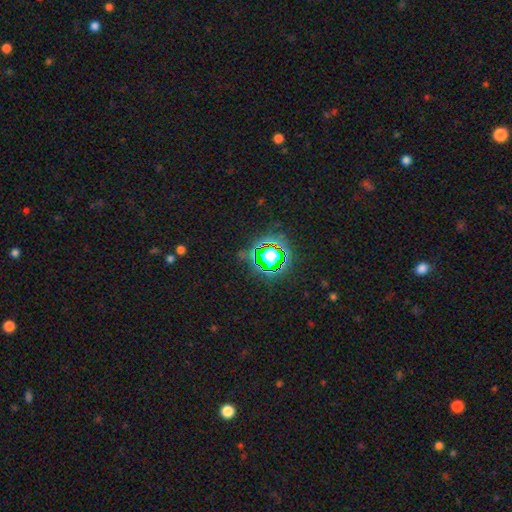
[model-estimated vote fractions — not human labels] smooth-or-featured: star or artifact: 82% | smooth: 12% | featured or disk: 6%